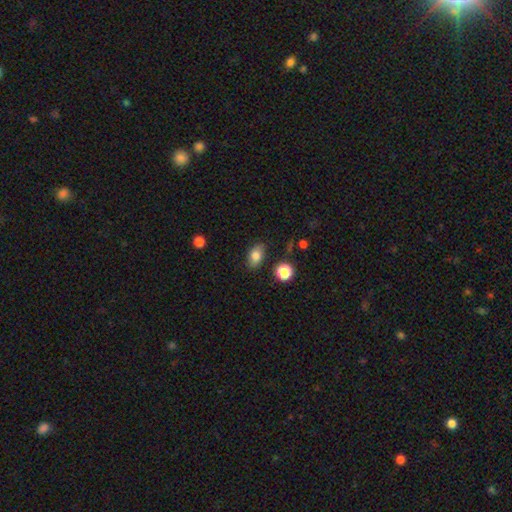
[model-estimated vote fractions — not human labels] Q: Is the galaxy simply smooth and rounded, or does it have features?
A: smooth — 80%.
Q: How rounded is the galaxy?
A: in between — 82%.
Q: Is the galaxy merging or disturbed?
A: none — 81%.